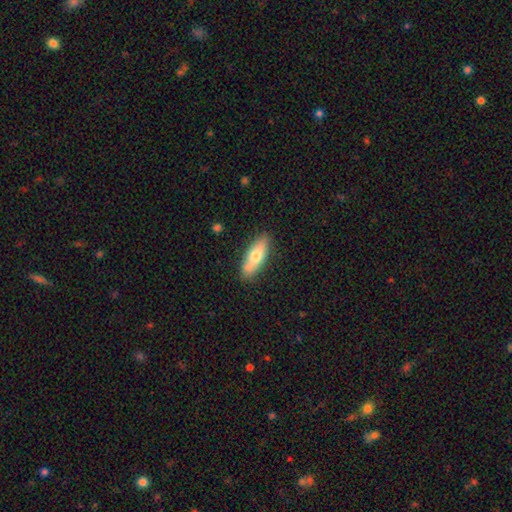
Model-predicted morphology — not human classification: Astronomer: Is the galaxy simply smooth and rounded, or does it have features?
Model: smooth — 68%.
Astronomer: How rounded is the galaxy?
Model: in between — 61% (runner-up: cigar-shaped, 37%).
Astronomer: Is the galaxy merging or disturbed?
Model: none — 77%.